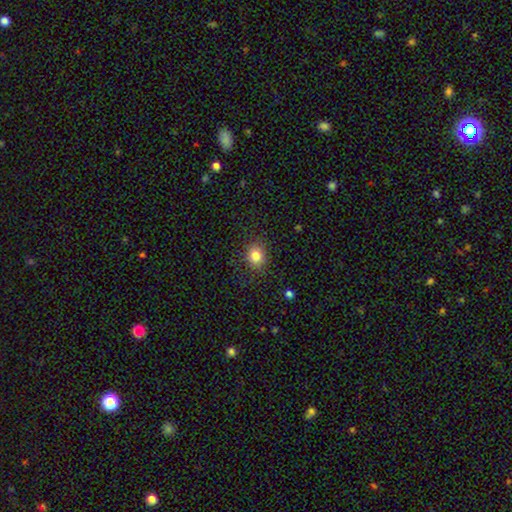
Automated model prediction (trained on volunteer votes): Smooth or featured: smooth — 82% (star or artifact — 12%)
How rounded: round — 70% (in between — 29%)
Merging: none — 86% (minor disturbance — 10%)